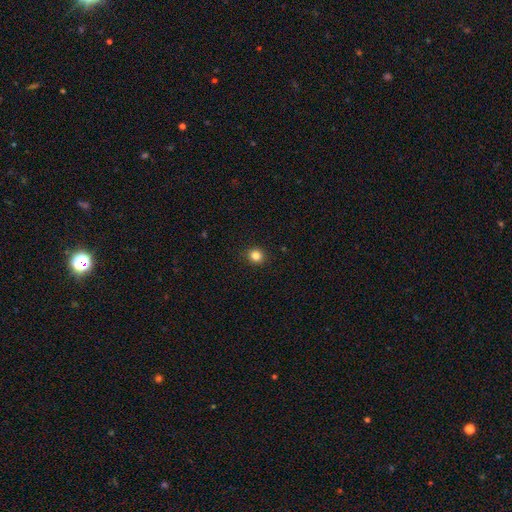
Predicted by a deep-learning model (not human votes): Smooth or featured? smooth (84%)
How rounded? round (85%)
Merging? none (91%)